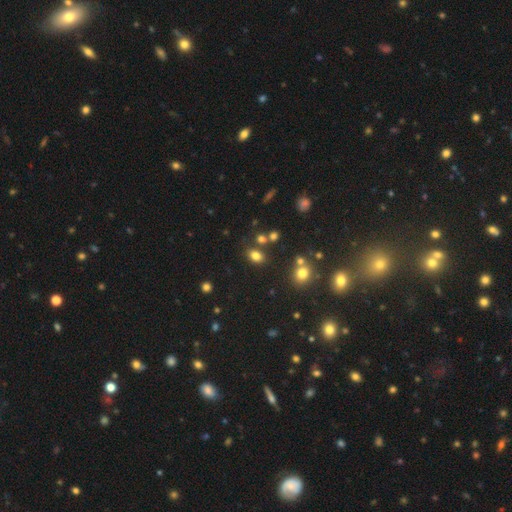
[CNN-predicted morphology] Smooth or featured?
  - smooth: 78% *
  - star or artifact: 14%
  - featured or disk: 7%
How rounded?
  - in between: 76% *
  - round: 22%
  - cigar-shaped: 2%
Merging?
  - none: 73% *
  - minor disturbance: 12%
  - merger: 11%
  - major disturbance: 4%